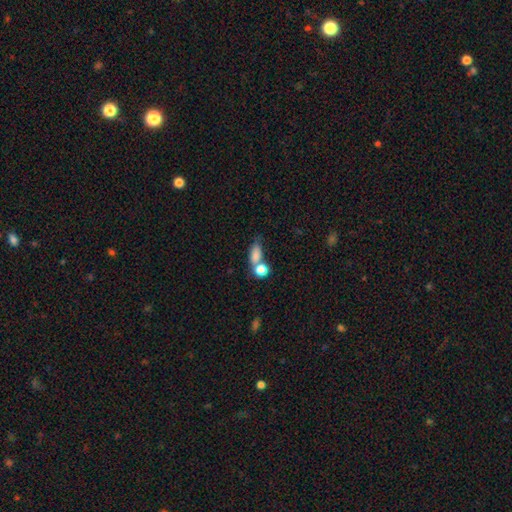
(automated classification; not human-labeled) smooth_or_featured: smooth (p=0.78) [alt: star or artifact p=0.12]
how_rounded: in between (p=0.73) [alt: round p=0.17]
merging: none (p=0.40) [alt: merger p=0.37]